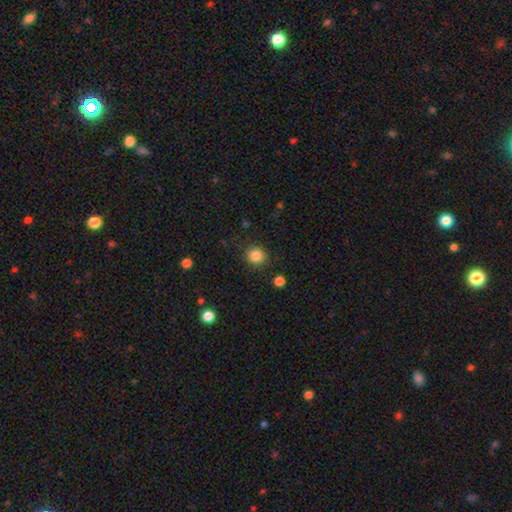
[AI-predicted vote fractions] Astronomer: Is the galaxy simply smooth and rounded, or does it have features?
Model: smooth — 84%.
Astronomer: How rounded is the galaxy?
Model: round — 85%.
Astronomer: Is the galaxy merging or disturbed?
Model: none — 88%.